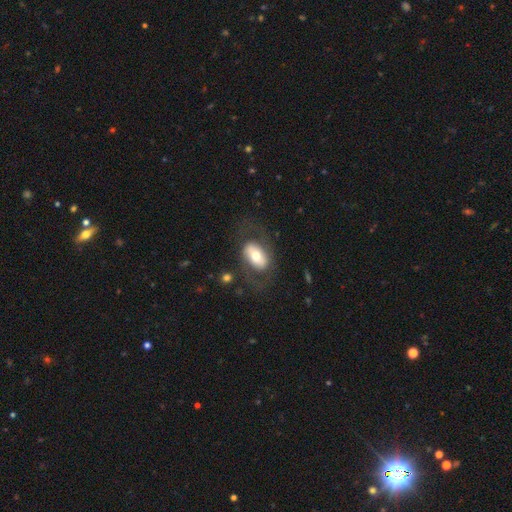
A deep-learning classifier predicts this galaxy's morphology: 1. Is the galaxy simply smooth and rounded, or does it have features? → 48% featured or disk, 45% smooth, 7% star or artifact.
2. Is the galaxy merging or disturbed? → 64% none, 18% major disturbance, 16% minor disturbance, 2% merger.